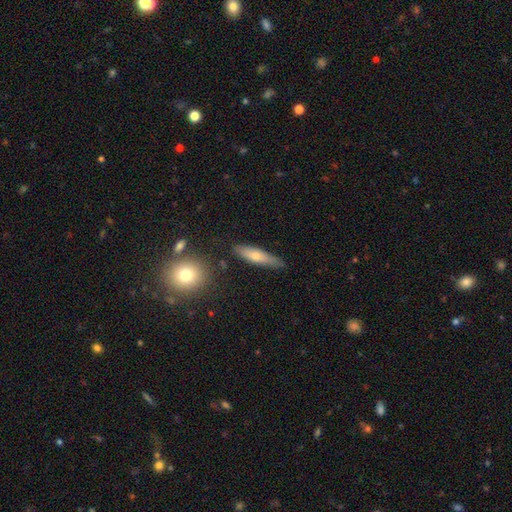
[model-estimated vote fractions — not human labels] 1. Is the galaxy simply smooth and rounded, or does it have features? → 64% smooth, 29% featured or disk, 7% star or artifact.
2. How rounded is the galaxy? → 75% cigar-shaped, 23% in between, 2% round.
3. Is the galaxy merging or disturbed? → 74% none, 19% minor disturbance, 4% major disturbance, 3% merger.